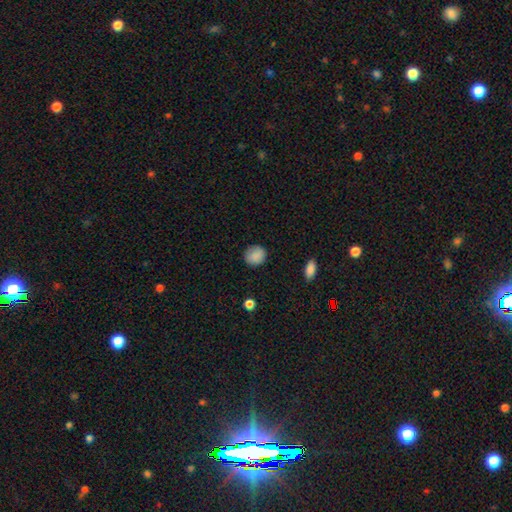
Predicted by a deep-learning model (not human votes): A smooth galaxy with no disk features (88%) that is round (80%). Merging: none (84%).